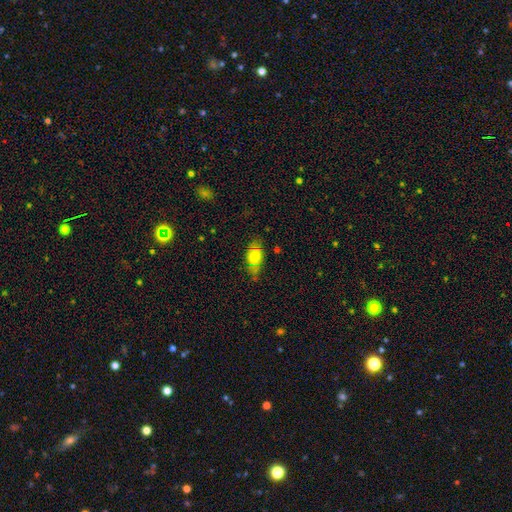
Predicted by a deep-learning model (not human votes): Smooth or featured? smooth (68%)
How rounded? in between (85%)
Merging? none (61%)